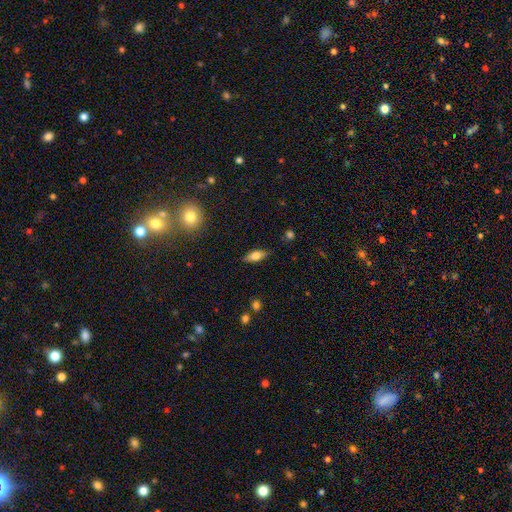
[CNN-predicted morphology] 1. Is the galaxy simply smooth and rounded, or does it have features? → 75% smooth, 17% featured or disk, 8% star or artifact.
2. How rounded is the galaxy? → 79% in between, 18% cigar-shaped, 3% round.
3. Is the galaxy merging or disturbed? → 84% none, 12% minor disturbance, 3% major disturbance, 1% merger.